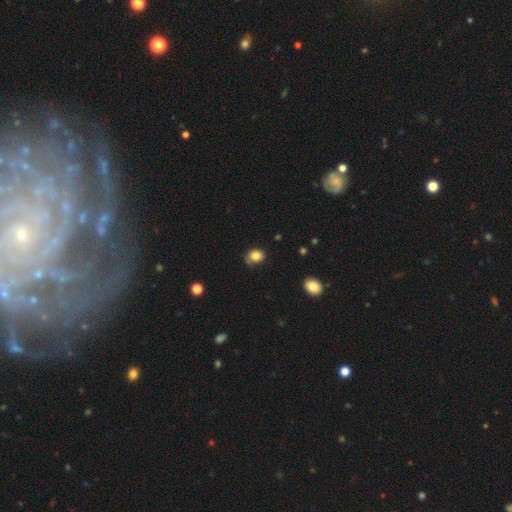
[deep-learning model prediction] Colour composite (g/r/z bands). It shows a smooth galaxy with no disk features (83%) that is round (65%). Merging: none (68%).